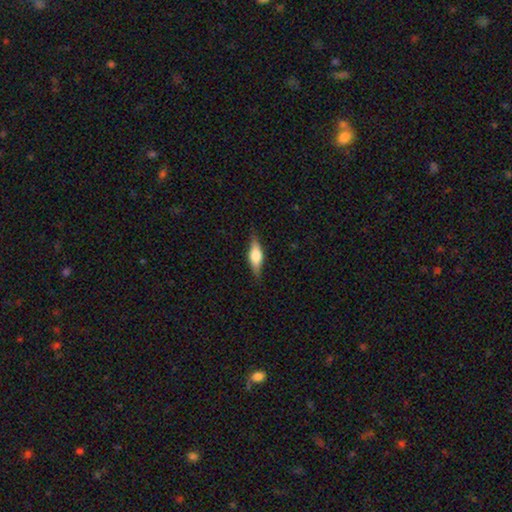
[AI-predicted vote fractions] A smooth galaxy with no disk features (48%). Merging: none (83%).